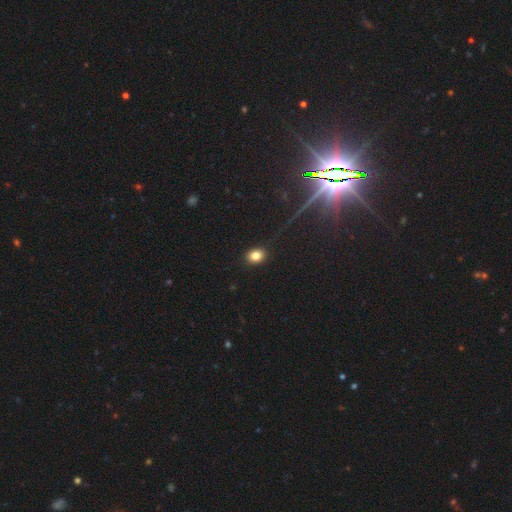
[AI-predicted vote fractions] Smooth or featured? Predicted: smooth (p=0.82). How rounded? Predicted: in between (p=0.52). Merging? Predicted: none (p=0.89).